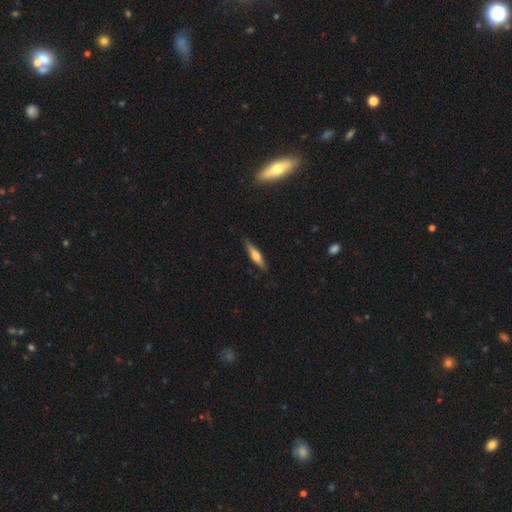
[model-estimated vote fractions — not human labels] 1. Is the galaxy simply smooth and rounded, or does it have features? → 49% smooth, 45% featured or disk, 6% star or artifact.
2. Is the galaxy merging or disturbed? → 87% none, 10% minor disturbance, 2% major disturbance, 1% merger.